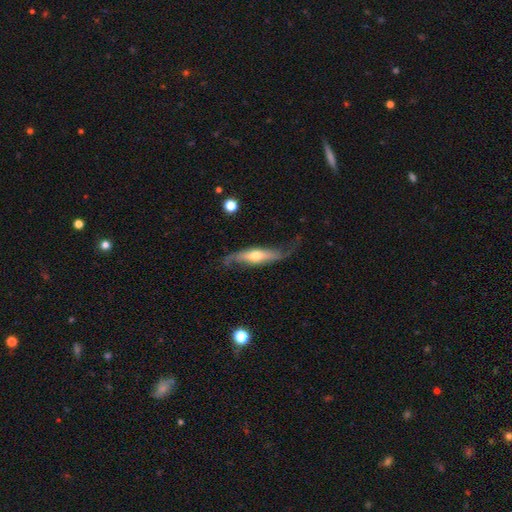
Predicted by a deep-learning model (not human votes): featured or disk 69%, smooth 26%, star or artifact 5%. Down the decision tree: edge-on disk — no (52%); merging — none (55%).